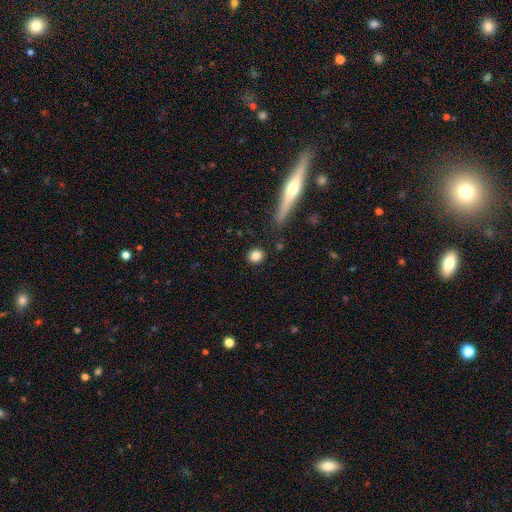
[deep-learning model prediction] smooth-or-featured: smooth: 84% | star or artifact: 9% | featured or disk: 7%
  how-rounded: round: 82% | in between: 15% | cigar-shaped: 3%
  merging: none: 88% | minor disturbance: 7% | merger: 3% | major disturbance: 2%